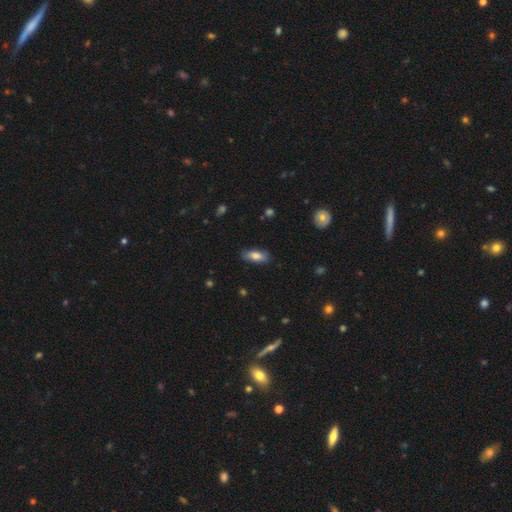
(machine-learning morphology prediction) This is likely a smooth galaxy (78%). How rounded: likely in between (76%). Merging: clearly none (84%).